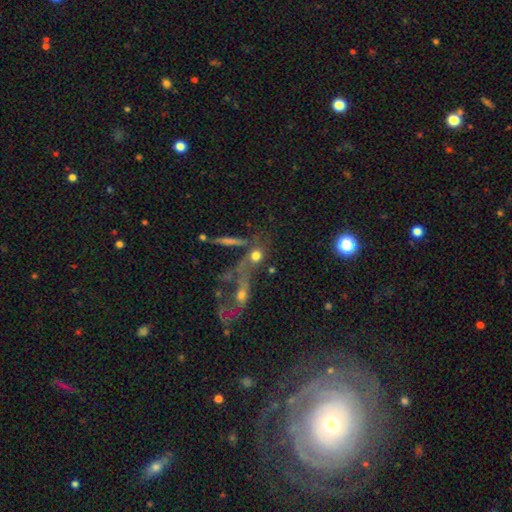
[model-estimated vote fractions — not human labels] smooth-or-featured: smooth: 63% | featured or disk: 21% | star or artifact: 16%
  how-rounded: round: 65% | in between: 23% | cigar-shaped: 12%
  merging: none: 40% | merger: 37% | major disturbance: 13% | minor disturbance: 11%